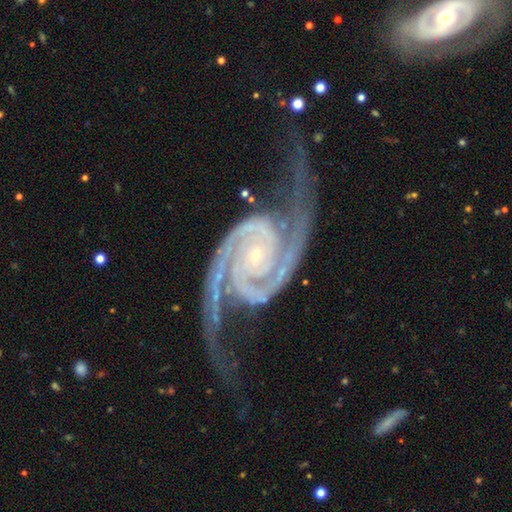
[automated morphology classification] smooth-or-featured: featured or disk: 95% | star or artifact: 4% | smooth: 2%
  disk-edge-on: no: 98% | yes: 2%
    bar: no: 69% | weak: 19% | strong: 13%
    has-spiral-arms: yes: 99% | no: 1%
      spiral-winding: medium: 49% | tight: 36% | loose: 15%
      spiral-arm-count: 2: 93% | 3: 2% | can't tell: 1% | 4: 1% | 1: 1% | more than 4: 1%
    bulge-size: small: 84% | moderate: 12% | none: 2% | large: 1% | dominant: 1%
  merging: none: 66% | minor disturbance: 17% | major disturbance: 14% | merger: 3%